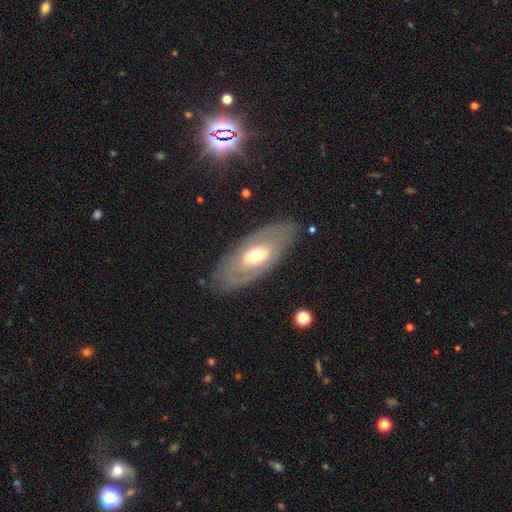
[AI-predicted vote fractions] Overall: featured or disk (61%; smooth 33%). Edge-on disk: no (85%). Bar: no (71%). Spiral arms: no (64%; yes 36%). Bulge size: moderate (64%; small 25%). Merging: none (81%).